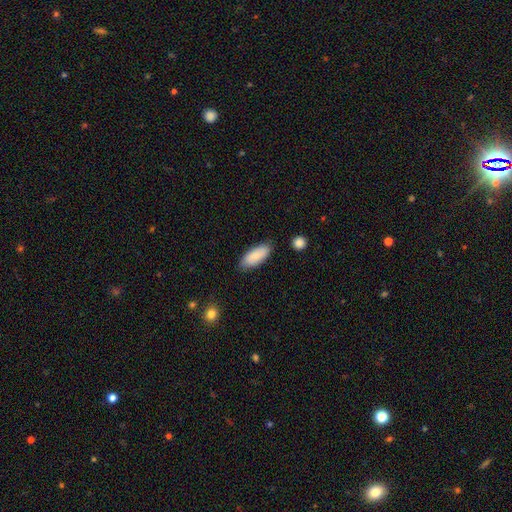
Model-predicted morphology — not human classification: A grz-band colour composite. It shows a smooth galaxy with no disk features (79%) that is in between round and cigar-shaped (85%). Merging: none (81%).